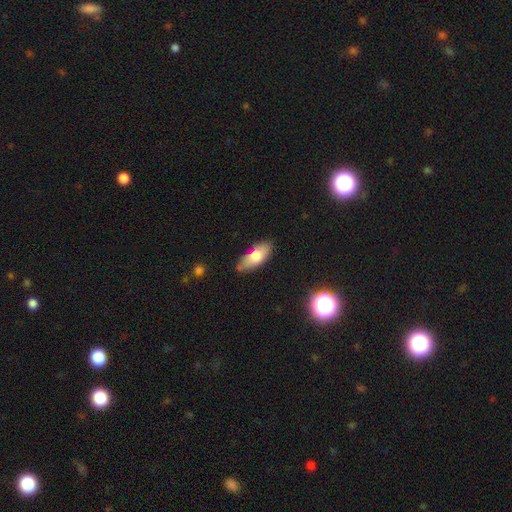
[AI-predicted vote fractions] Q: Smooth or featured?
A: smooth (72%); runner-up: featured or disk (21%)
Q: How rounded?
A: in between (84%); runner-up: cigar-shaped (14%)
Q: Merging?
A: none (77%); runner-up: minor disturbance (16%)